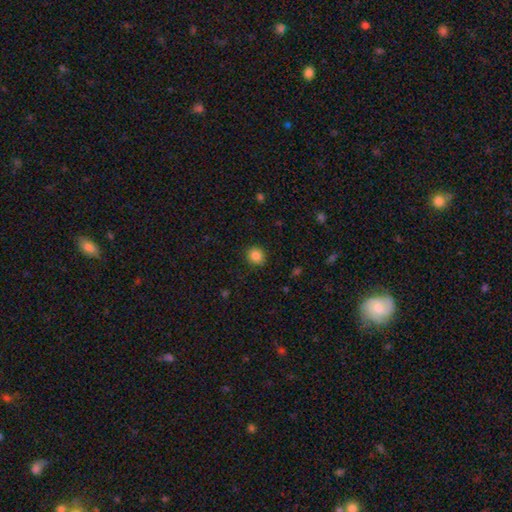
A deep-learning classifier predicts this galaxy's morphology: type=smooth (86%); roundness=round (85%); merging=none (90%).